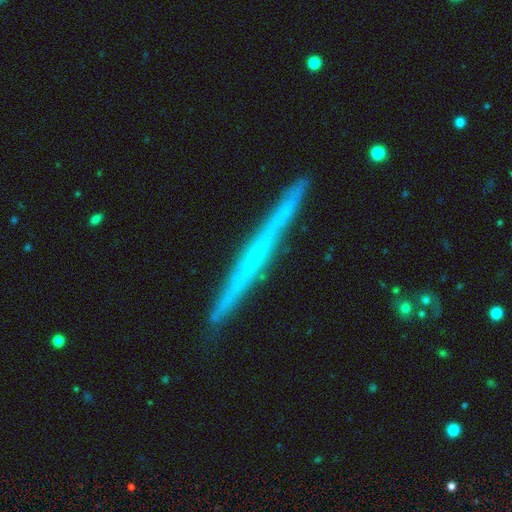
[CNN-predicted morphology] smooth_or_featured: featured or disk (p=0.63) [alt: smooth p=0.31]
disk_edge_on: yes (p=0.97) [alt: no p=0.03]
edge_on_bulge: none (p=0.89) [alt: rounded p=0.07]
merging: none (p=0.90) [alt: minor disturbance p=0.08]